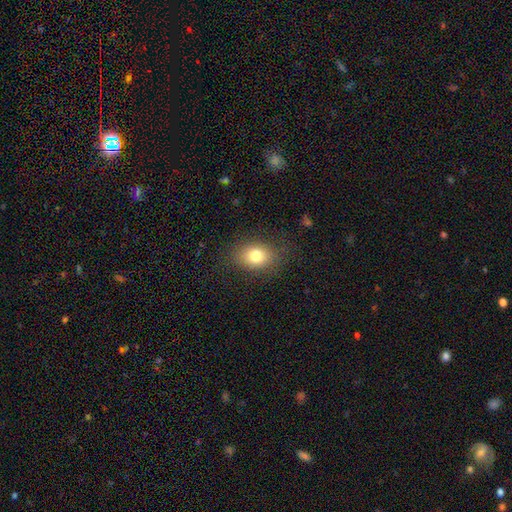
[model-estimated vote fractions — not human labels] This is likely a smooth galaxy (79%). How rounded: likely in between (65%). Merging: clearly none (83%).